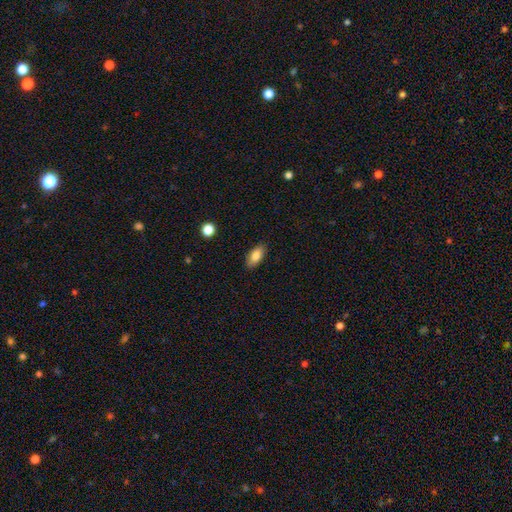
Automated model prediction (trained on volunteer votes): Smooth or featured? Predicted: smooth (p=0.83). How rounded? Predicted: in between (p=0.88). Merging? Predicted: none (p=0.87).